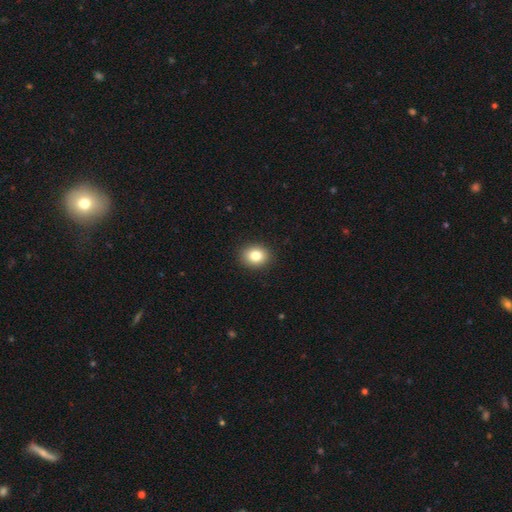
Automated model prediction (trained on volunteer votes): Smooth or featured?
  - smooth: 82% *
  - star or artifact: 10%
  - featured or disk: 8%
How rounded?
  - round: 59% *
  - in between: 40%
  - cigar-shaped: 1%
Merging?
  - none: 91% *
  - minor disturbance: 6%
  - major disturbance: 2%
  - merger: 1%